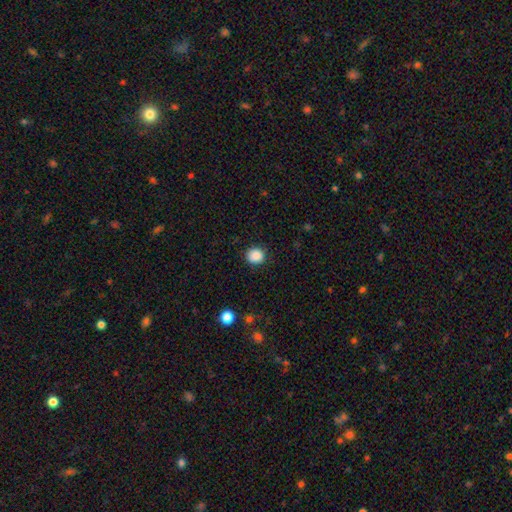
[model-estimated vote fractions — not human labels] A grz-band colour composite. It shows a smooth galaxy with no disk features (88%) that is round (83%). Merging: none (88%).